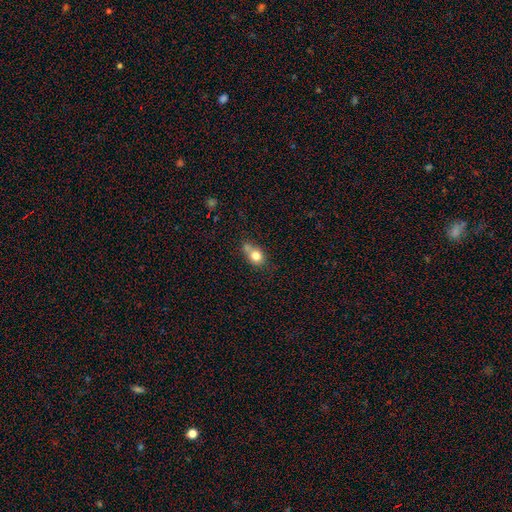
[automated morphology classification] Smooth or featured?
  - smooth: 78% *
  - featured or disk: 13%
  - star or artifact: 10%
How rounded?
  - round: 60% *
  - in between: 38%
  - cigar-shaped: 2%
Merging?
  - none: 44% *
  - merger: 32%
  - minor disturbance: 18%
  - major disturbance: 6%